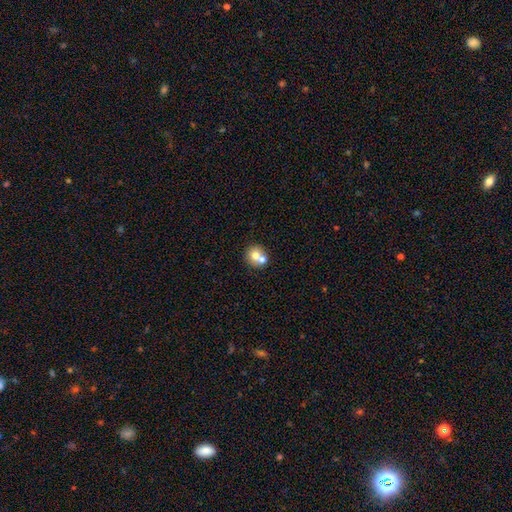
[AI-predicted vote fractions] Smooth or featured?
  - smooth: 71% *
  - featured or disk: 19%
  - star or artifact: 11%
How rounded?
  - round: 85% *
  - in between: 14%
  - cigar-shaped: 1%
Merging?
  - none: 48% *
  - merger: 43%
  - minor disturbance: 6%
  - major disturbance: 2%